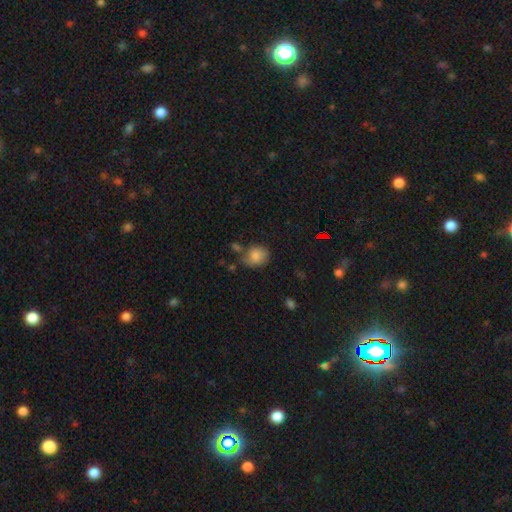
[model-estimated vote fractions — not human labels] Q: Smooth or featured?
A: smooth (79%); runner-up: featured or disk (12%)
Q: How rounded?
A: round (62%); runner-up: in between (37%)
Q: Merging?
A: none (54%); runner-up: minor disturbance (27%)